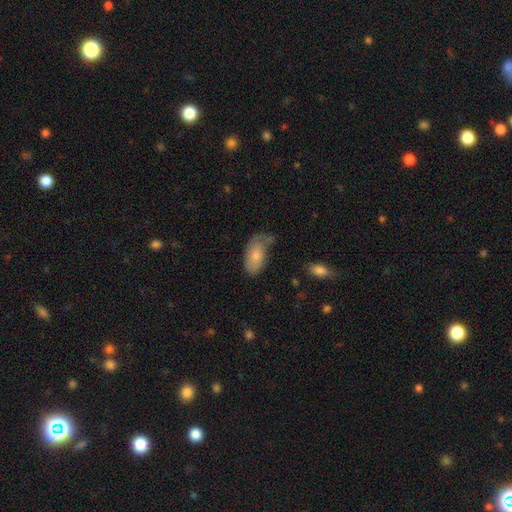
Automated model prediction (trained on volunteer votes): This appears to be a smooth galaxy with no disk features (72%) that is in between round and cigar-shaped (94%). Merging: none (43%).